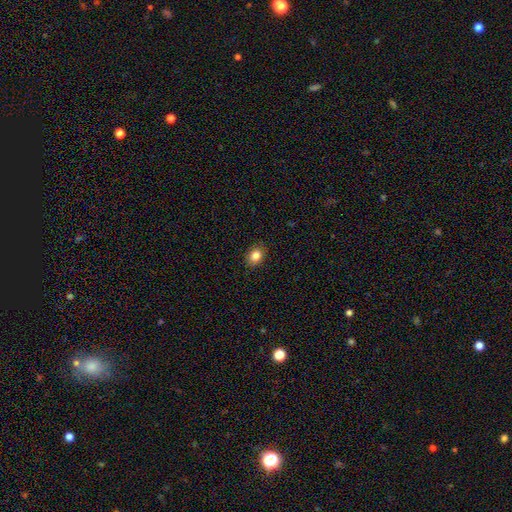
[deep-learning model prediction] Morphology: type=smooth (84%); roundness=in between (50%); merging=none (89%).